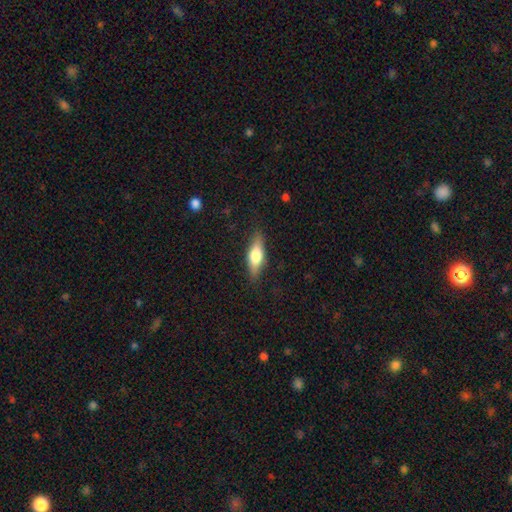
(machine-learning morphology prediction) smooth 63%, featured or disk 31%, star or artifact 6%. Down the decision tree: how rounded — in between (59%); merging — none (83%).